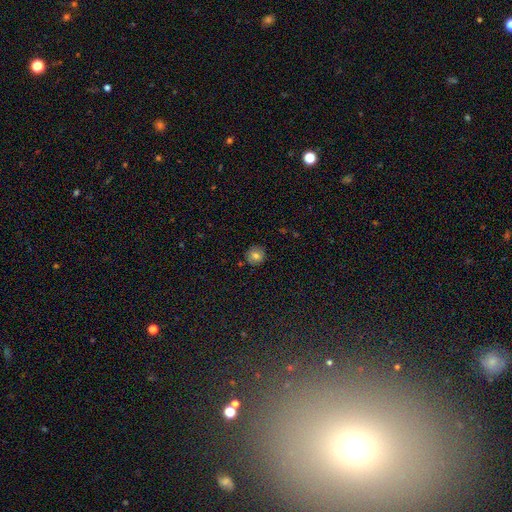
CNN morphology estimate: Smooth or featured? smooth (79%)
How rounded? round (92%)
Merging? none (87%)